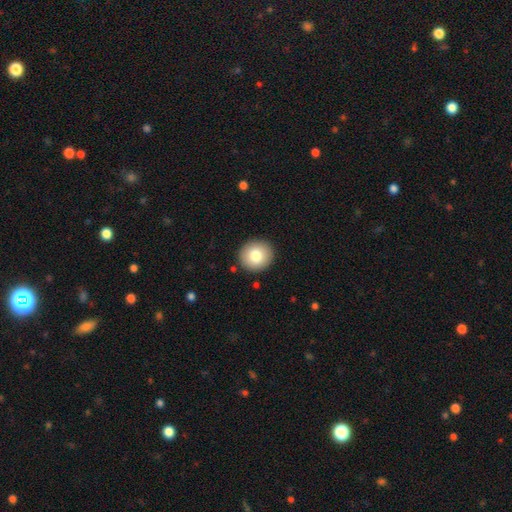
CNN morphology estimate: Smooth or featured? Predicted: smooth (p=0.79). How rounded? Predicted: round (p=0.91). Merging? Predicted: none (p=0.91).